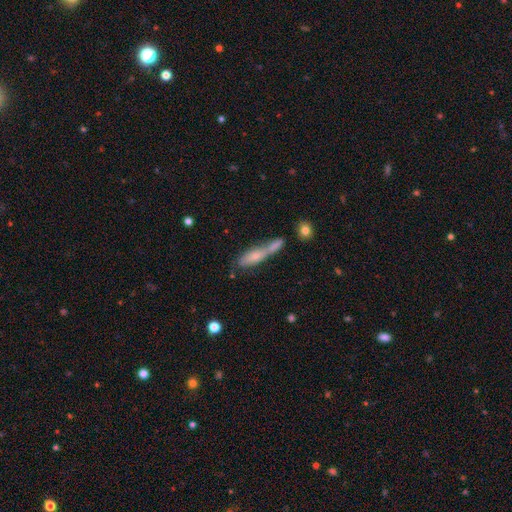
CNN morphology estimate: Q: Smooth or featured?
A: smooth (60%); runner-up: featured or disk (33%)
Q: How rounded?
A: cigar-shaped (65%); runner-up: in between (33%)
Q: Merging?
A: none (40%); runner-up: merger (35%)